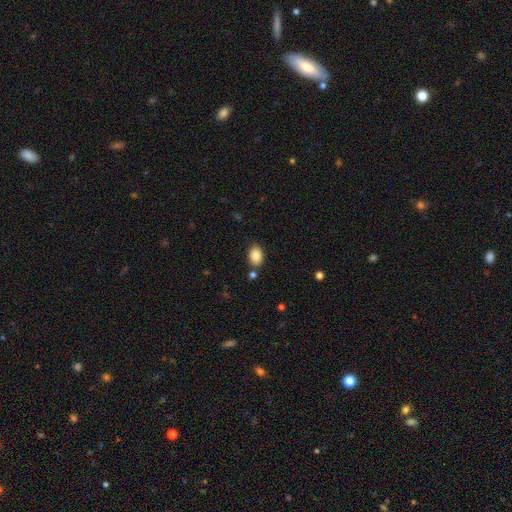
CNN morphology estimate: A smooth galaxy with no disk features (88%) that is in between round and cigar-shaped (80%).

Vote fractions:
- Smooth or featured? smooth: 88% / star or artifact: 8% / featured or disk: 4%
- How rounded? in between: 80% / round: 19% / cigar-shaped: 1%
- Merging? none: 80% / minor disturbance: 11% / merger: 6% / major disturbance: 3%